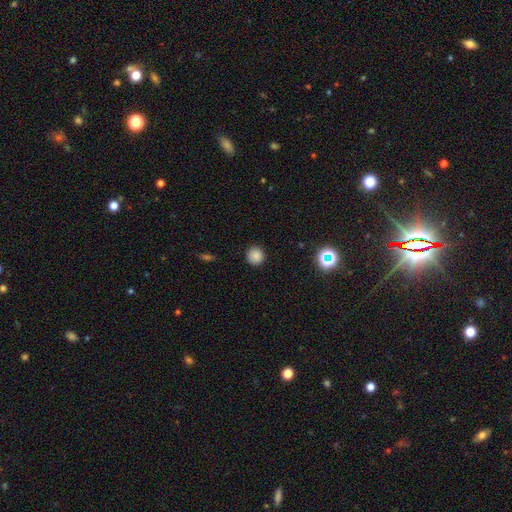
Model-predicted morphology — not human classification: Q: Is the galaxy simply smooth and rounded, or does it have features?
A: smooth — 83%.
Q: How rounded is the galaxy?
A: round — 94%.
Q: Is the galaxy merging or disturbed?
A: none — 91%.